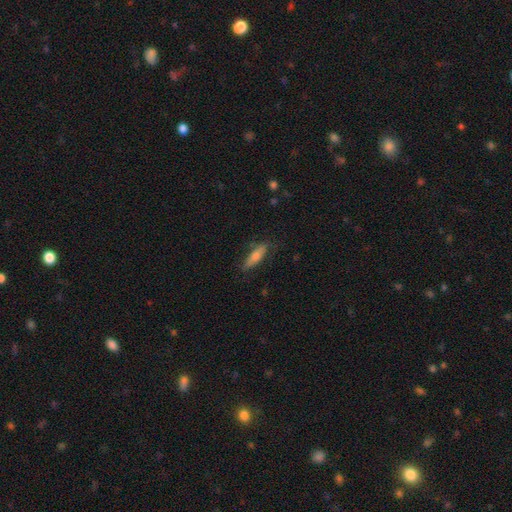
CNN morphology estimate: Smooth or featured: smooth — 59% (featured or disk — 34%)
How rounded: cigar-shaped — 68% (in between — 30%)
Merging: none — 76% (minor disturbance — 18%)